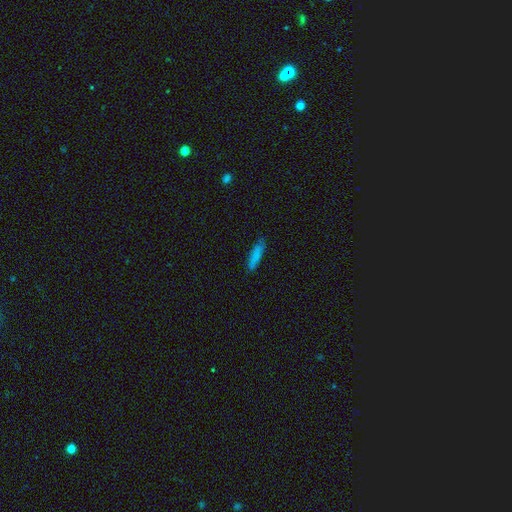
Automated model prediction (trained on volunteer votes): smooth 82%, featured or disk 10%, star or artifact 8%. Down the decision tree: how rounded — cigar-shaped (79%); merging — none (82%).